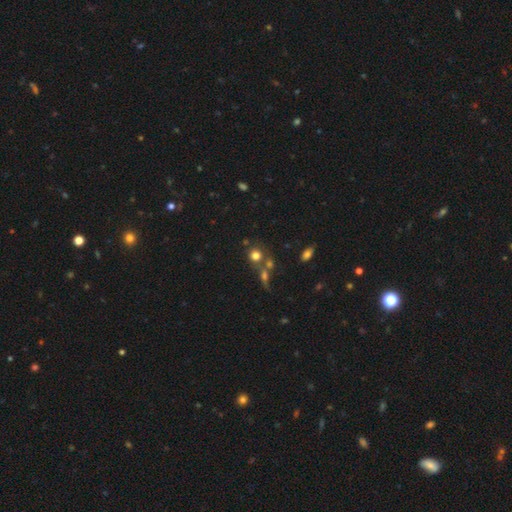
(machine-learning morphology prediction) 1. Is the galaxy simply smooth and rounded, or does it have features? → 73% smooth, 15% star or artifact, 12% featured or disk.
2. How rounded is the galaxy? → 83% round, 15% in between, 2% cigar-shaped.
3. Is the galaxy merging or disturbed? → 51% none, 33% merger, 9% minor disturbance, 6% major disturbance.